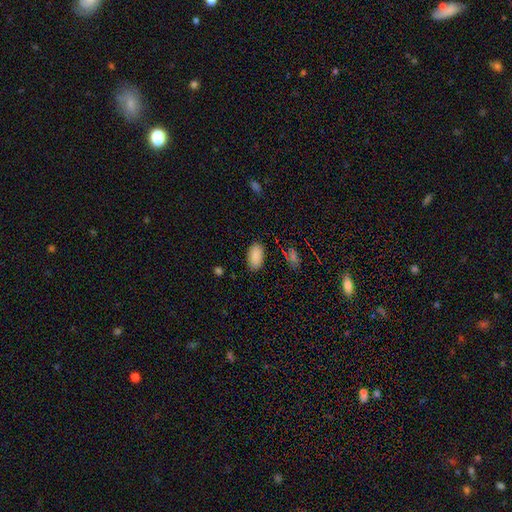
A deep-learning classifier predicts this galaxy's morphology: Smooth or featured?
  - smooth: 88% *
  - star or artifact: 8%
  - featured or disk: 4%
How rounded?
  - in between: 94% *
  - round: 4%
  - cigar-shaped: 2%
Merging?
  - none: 85% *
  - minor disturbance: 11%
  - major disturbance: 3%
  - merger: 2%